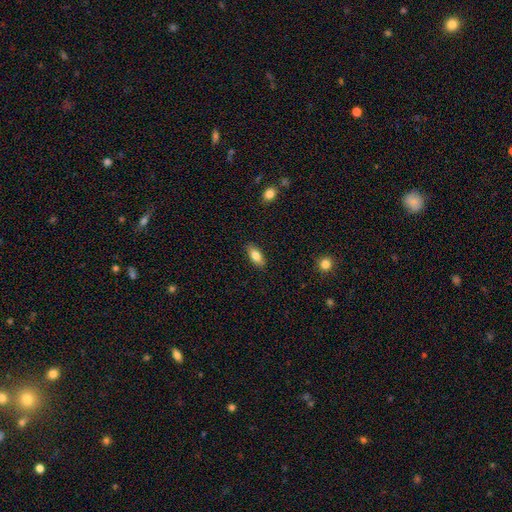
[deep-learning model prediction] Smooth or featured? Predicted: smooth (p=0.80). How rounded? Predicted: in between (p=0.84). Merging? Predicted: none (p=0.87).